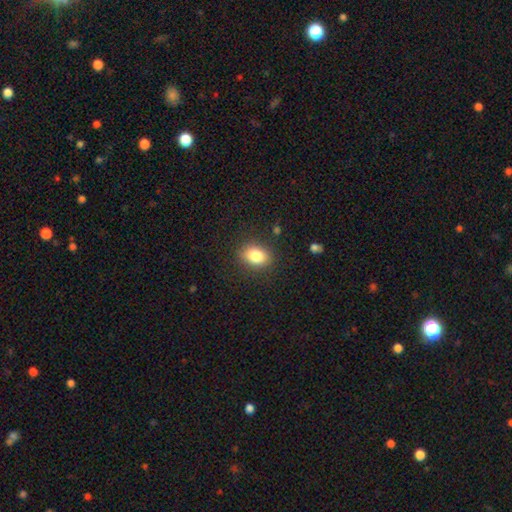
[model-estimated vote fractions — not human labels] A smooth galaxy with no disk features (84%) that is in between round and cigar-shaped (70%). Merging: none (85%).